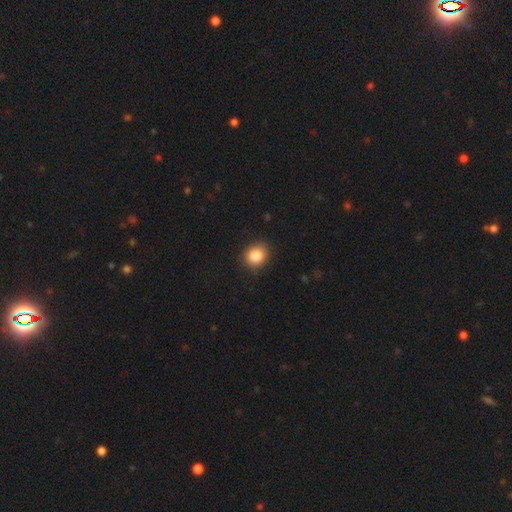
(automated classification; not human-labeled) Q: Smooth or featured?
A: smooth (87%); runner-up: star or artifact (9%)
Q: How rounded?
A: round (69%); runner-up: in between (30%)
Q: Merging?
A: none (87%); runner-up: minor disturbance (10%)